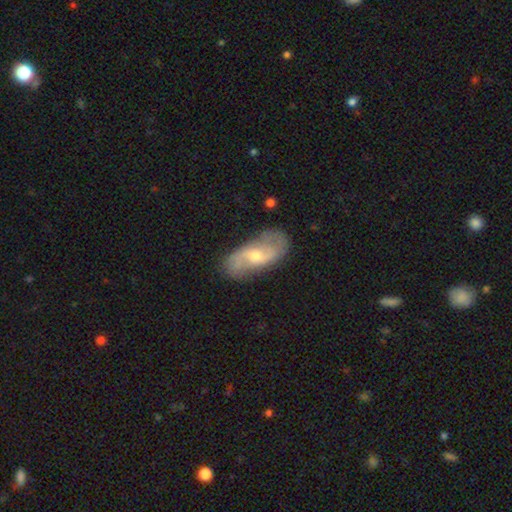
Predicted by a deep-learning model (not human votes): smooth-or-featured: featured or disk: 74% | smooth: 19% | star or artifact: 7%
  disk-edge-on: no: 93% | yes: 7%
    bar: no: 45% | weak: 44% | strong: 11%
    has-spiral-arms: yes: 91% | no: 9%
      spiral-winding: loose: 42% | medium: 40% | tight: 17%
      spiral-arm-count: 2: 85% | can't tell: 9% | 3: 2% | 1: 2% | 4: 1% | more than 4: 1%
    bulge-size: small: 48% | moderate: 47% | large: 2% | none: 2% | dominant: 1%
  merging: none: 77% | minor disturbance: 17% | major disturbance: 5% | merger: 2%